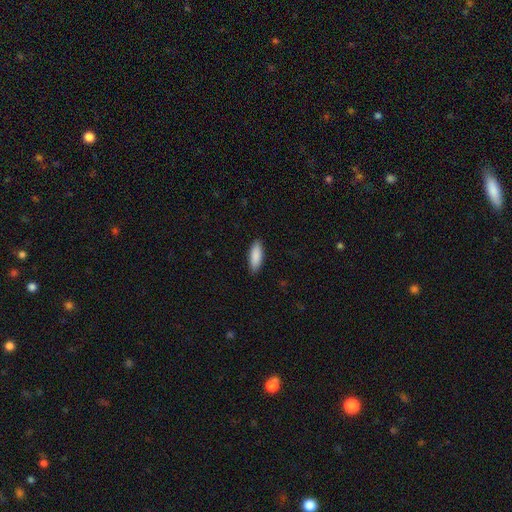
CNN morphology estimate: Q: Smooth or featured?
A: smooth (89%); runner-up: featured or disk (6%)
Q: How rounded?
A: in between (64%); runner-up: cigar-shaped (34%)
Q: Merging?
A: none (88%); runner-up: minor disturbance (9%)